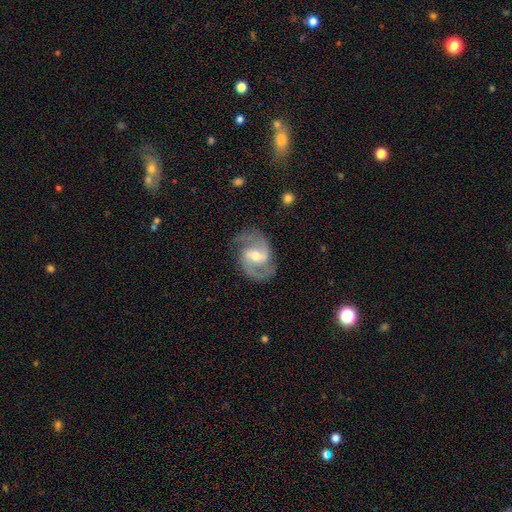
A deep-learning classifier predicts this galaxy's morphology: Smooth or featured? Predicted: featured or disk (p=0.89). Edge-on disk? Predicted: no (p=0.97). Bar? Predicted: weak (p=0.51). Spiral arms? Predicted: yes (p=0.97). Spiral winding? Predicted: medium (p=0.60). Spiral arm count? Predicted: 2 (p=0.91). Bulge size? Predicted: moderate (p=0.63). Merging? Predicted: none (p=0.81).